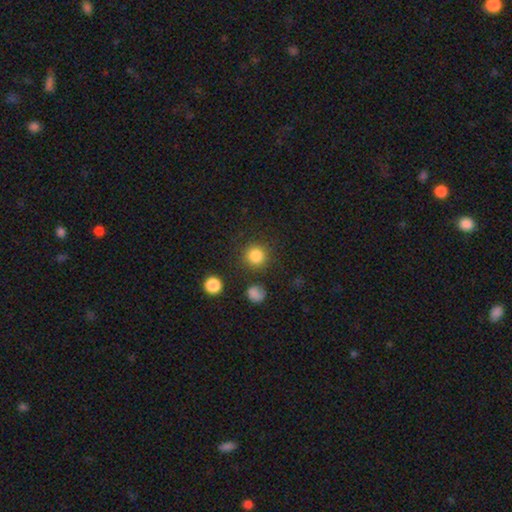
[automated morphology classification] The model was most divided on "smooth or featured": smooth: 84%, star or artifact: 12%, featured or disk: 5%. More confident: how rounded — round (94%); merging — none (86%).